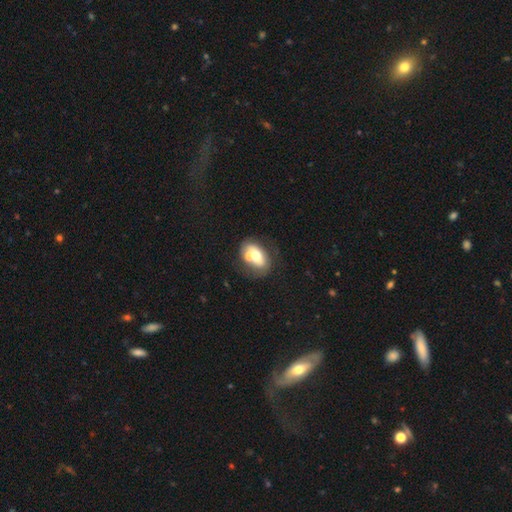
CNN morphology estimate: A smooth galaxy with no disk features (54%) that is in between round and cigar-shaped (81%). Merging: merger (40%).